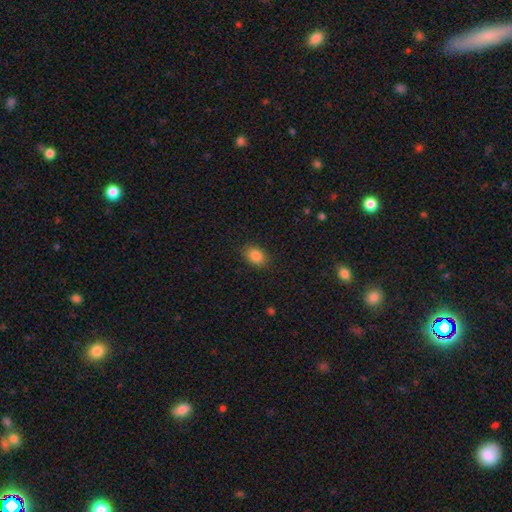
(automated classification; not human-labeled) Q: Smooth or featured?
A: smooth (86%); runner-up: star or artifact (9%)
Q: How rounded?
A: in between (73%); runner-up: round (25%)
Q: Merging?
A: none (85%); runner-up: minor disturbance (11%)